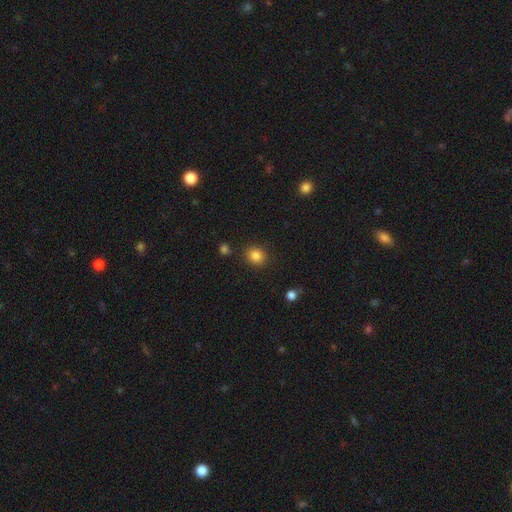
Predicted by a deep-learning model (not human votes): Q: Smooth or featured?
A: smooth (85%); runner-up: star or artifact (11%)
Q: How rounded?
A: round (78%); runner-up: in between (21%)
Q: Merging?
A: none (88%); runner-up: minor disturbance (7%)